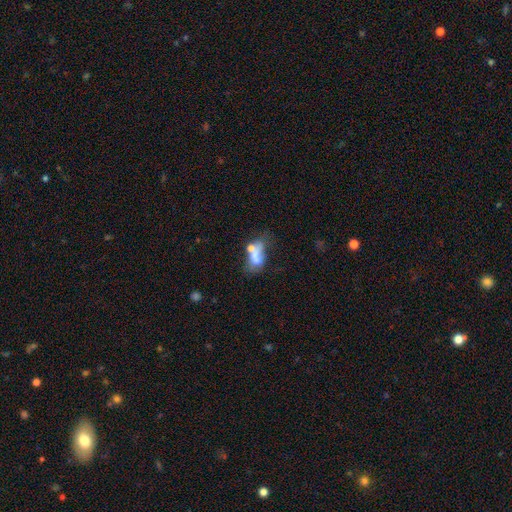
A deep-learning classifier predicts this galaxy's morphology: This appears to be a smooth galaxy with no disk features (51%) that is in between round and cigar-shaped (80%). Merging: merger (48%).